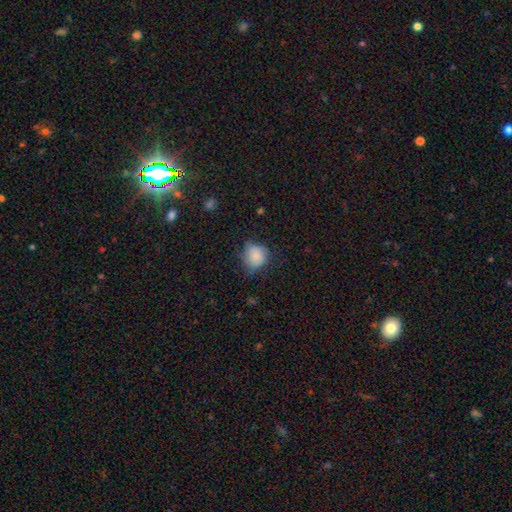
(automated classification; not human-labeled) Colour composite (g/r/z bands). It shows a smooth galaxy with no disk features (77%) that is round (77%). Merging: none (54%).